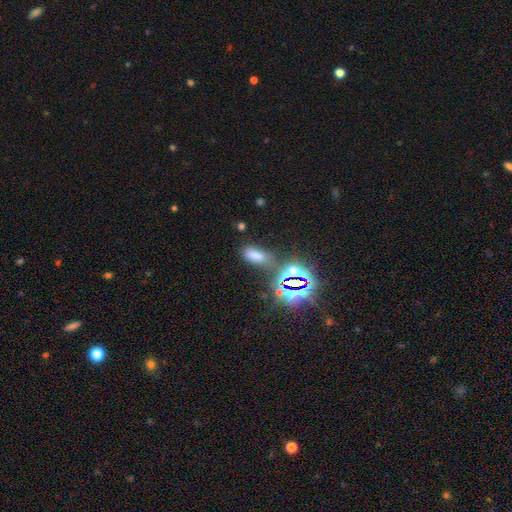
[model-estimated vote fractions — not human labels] A smooth galaxy with no disk features (59%) that is in between round and cigar-shaped (84%).

Vote fractions:
- Smooth or featured? smooth: 59% / star or artifact: 33% / featured or disk: 8%
- How rounded? in between: 84% / cigar-shaped: 9% / round: 7%
- Merging? none: 65% / minor disturbance: 16% / merger: 11% / major disturbance: 8%